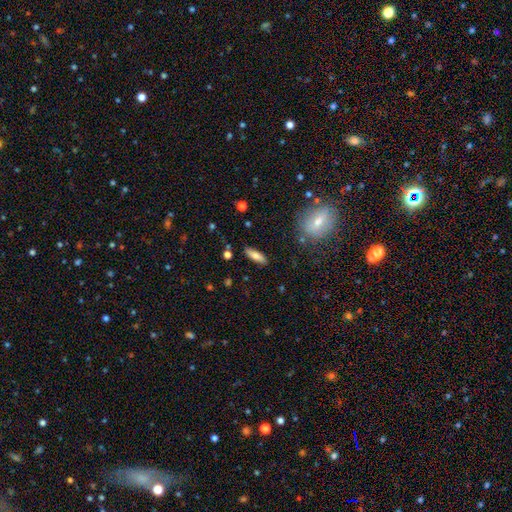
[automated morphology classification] Smooth or featured? smooth (75%)
How rounded? in between (52%)
Merging? none (87%)